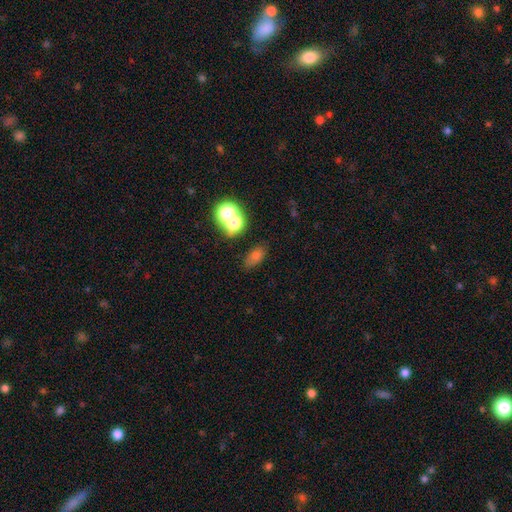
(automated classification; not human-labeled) Q: Smooth or featured?
A: smooth (66%); runner-up: star or artifact (20%)
Q: How rounded?
A: in between (78%); runner-up: round (17%)
Q: Merging?
A: none (70%); runner-up: minor disturbance (13%)